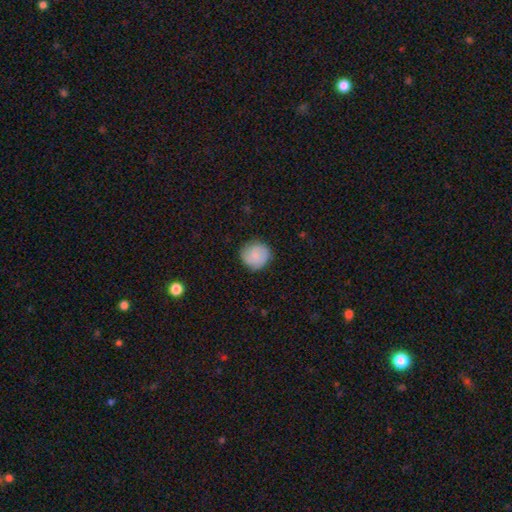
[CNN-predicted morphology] type=smooth (62%); roundness=round (90%); merging=none (81%).